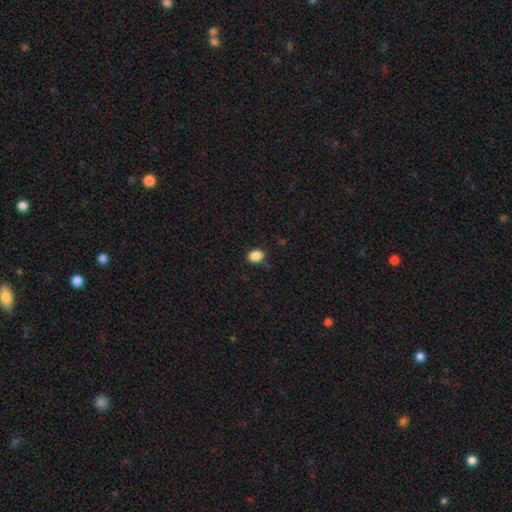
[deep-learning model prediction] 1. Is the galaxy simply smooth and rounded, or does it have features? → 87% smooth, 9% star or artifact, 3% featured or disk.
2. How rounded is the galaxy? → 63% in between, 36% round, 1% cigar-shaped.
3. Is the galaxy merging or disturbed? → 83% none, 13% minor disturbance, 3% major disturbance, 1% merger.